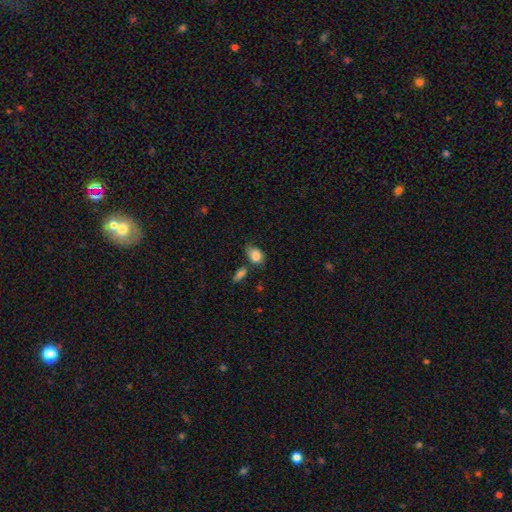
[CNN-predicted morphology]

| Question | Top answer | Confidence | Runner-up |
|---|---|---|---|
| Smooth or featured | smooth | 84% | featured or disk (8%) |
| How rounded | in between | 79% | round (20%) |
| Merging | none | 49% | minor disturbance (29%) |